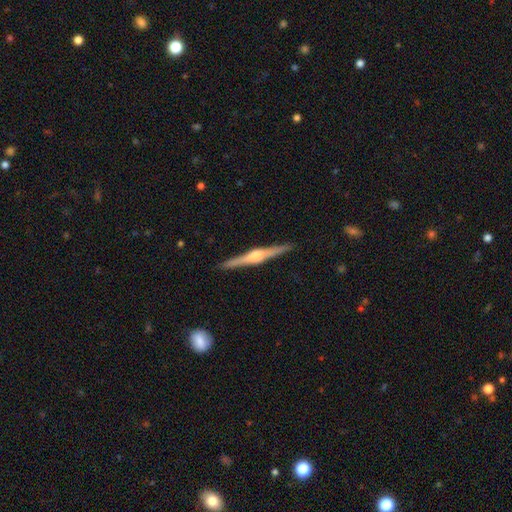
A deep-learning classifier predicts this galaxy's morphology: Smooth or featured? Predicted: featured or disk (p=0.81). Edge-on disk? Predicted: yes (p=0.98). Edge-on bulge? Predicted: rounded (p=0.81). Merging? Predicted: none (p=0.92).